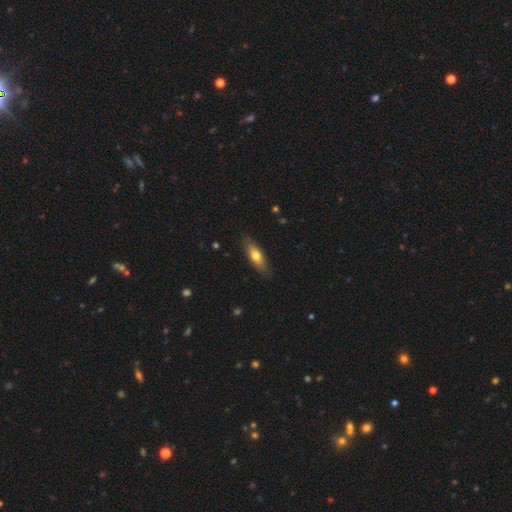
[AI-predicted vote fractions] smooth-or-featured: smooth: 64% | featured or disk: 30% | star or artifact: 6%
  how-rounded: in between: 56% | cigar-shaped: 42% | round: 3%
  merging: none: 83% | minor disturbance: 13% | major disturbance: 2% | merger: 1%